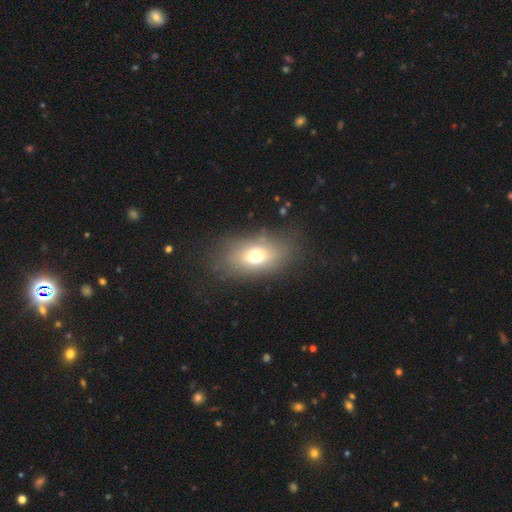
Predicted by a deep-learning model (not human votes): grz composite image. It shows a smooth galaxy with no disk features (69%) that is in between round and cigar-shaped (80%). Merging: none (78%).